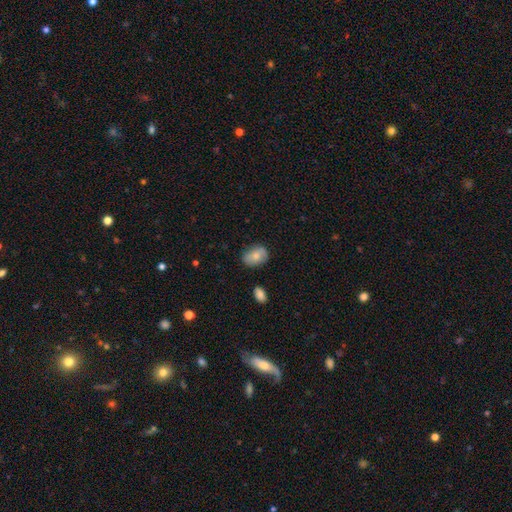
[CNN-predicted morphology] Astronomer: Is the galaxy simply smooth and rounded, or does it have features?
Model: smooth — 75%.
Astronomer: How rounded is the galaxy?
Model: in between — 77%.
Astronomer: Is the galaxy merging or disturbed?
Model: none — 74%.